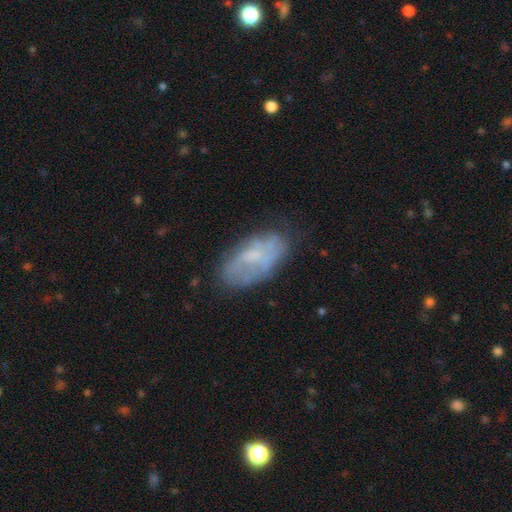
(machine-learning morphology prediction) smooth_or_featured: smooth (p=0.47) [alt: featured or disk p=0.45]
merging: none (p=0.62) [alt: minor disturbance p=0.24]